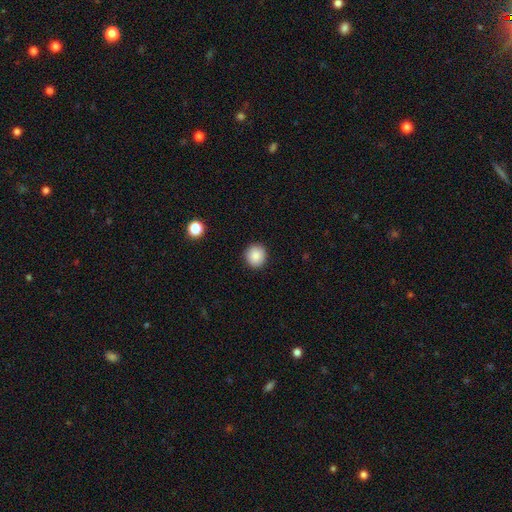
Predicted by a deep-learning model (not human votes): smooth-or-featured: smooth: 88% | star or artifact: 9% | featured or disk: 4%
  how-rounded: round: 91% | in between: 8% | cigar-shaped: 1%
  merging: none: 91% | minor disturbance: 6% | major disturbance: 2% | merger: 1%